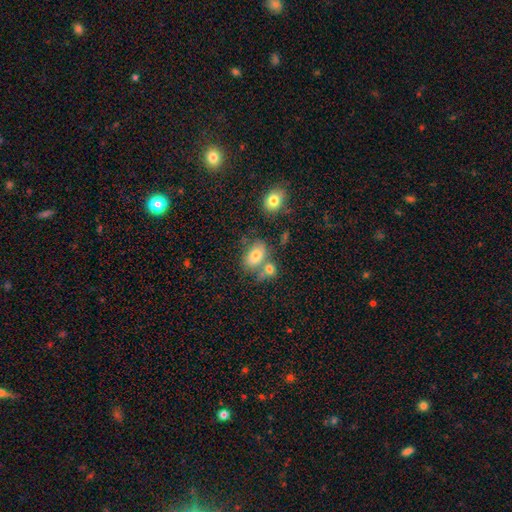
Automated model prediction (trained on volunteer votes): Q: Smooth or featured?
A: smooth (76%); runner-up: featured or disk (15%)
Q: How rounded?
A: in between (84%); runner-up: round (14%)
Q: Merging?
A: none (46%); runner-up: merger (32%)